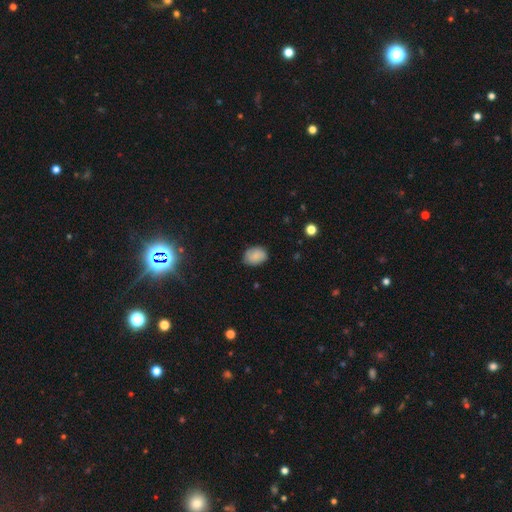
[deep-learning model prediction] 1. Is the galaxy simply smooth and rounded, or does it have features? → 83% smooth, 9% featured or disk, 8% star or artifact.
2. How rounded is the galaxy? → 72% in between, 27% round, 1% cigar-shaped.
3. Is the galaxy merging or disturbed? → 76% none, 19% minor disturbance, 4% major disturbance, 1% merger.